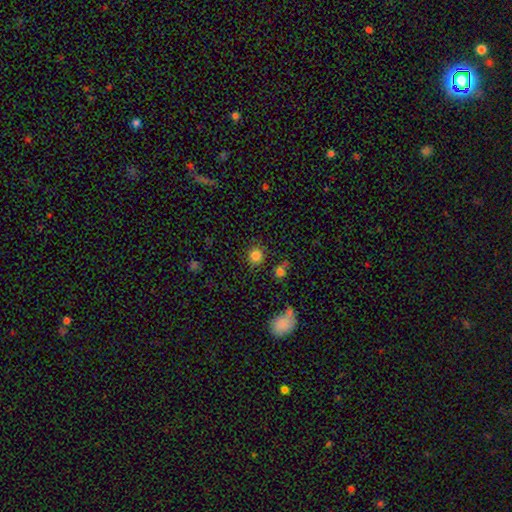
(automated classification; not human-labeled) This appears to be a smooth galaxy with no disk features (82%) that is round (90%). Merging: none (85%).